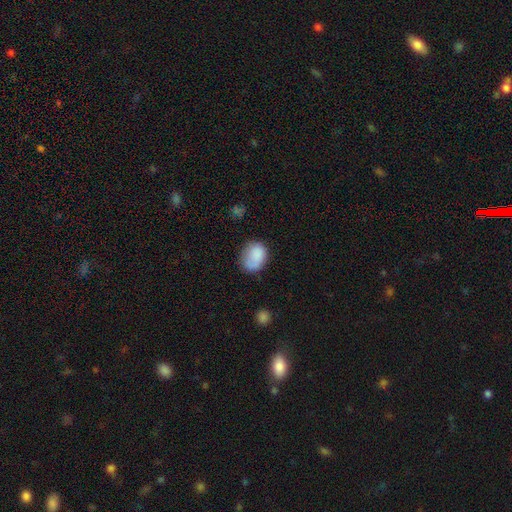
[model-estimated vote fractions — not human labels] Q: Smooth or featured?
A: smooth (83%); runner-up: featured or disk (9%)
Q: How rounded?
A: in between (68%); runner-up: round (31%)
Q: Merging?
A: none (58%); runner-up: minor disturbance (28%)